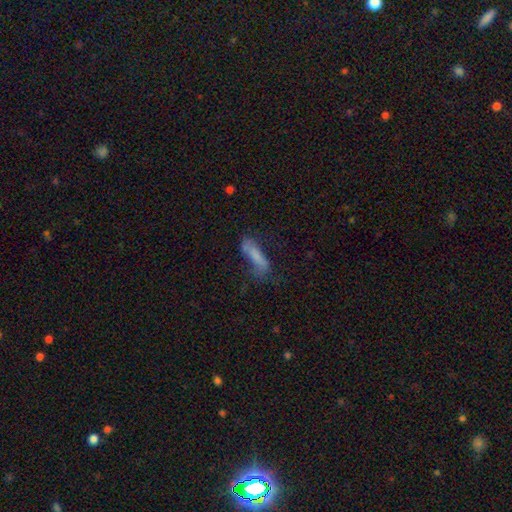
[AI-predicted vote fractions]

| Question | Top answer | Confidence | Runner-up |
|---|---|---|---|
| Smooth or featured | smooth | 65% | featured or disk (25%) |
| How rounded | cigar-shaped | 62% | in between (36%) |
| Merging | none | 47% | minor disturbance (27%) |